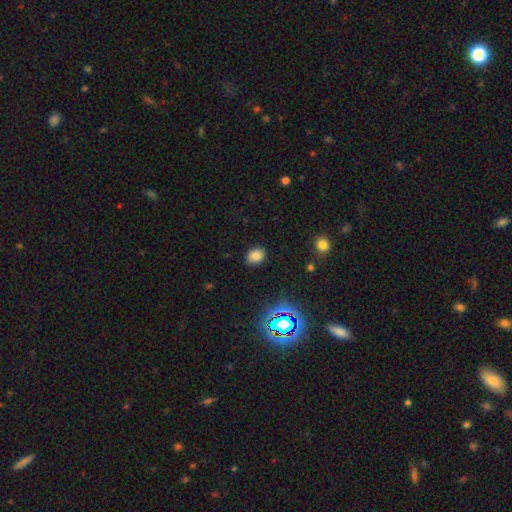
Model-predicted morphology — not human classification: A smooth galaxy with no disk features (77%) that is in between round and cigar-shaped (66%).

Vote fractions:
- Smooth or featured? smooth: 77% / star or artifact: 17% / featured or disk: 6%
- How rounded? in between: 66% / round: 33% / cigar-shaped: 1%
- Merging? none: 85% / minor disturbance: 11% / major disturbance: 3% / merger: 1%